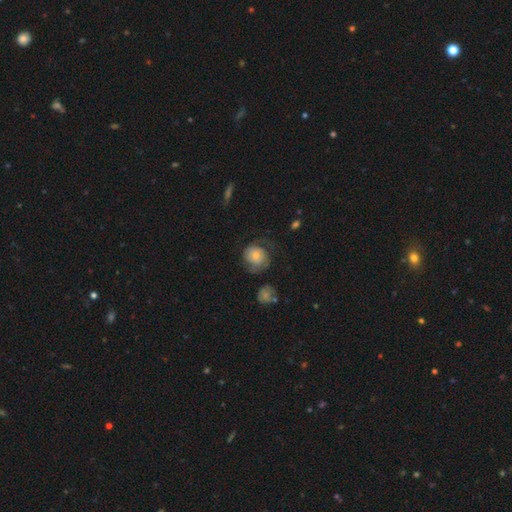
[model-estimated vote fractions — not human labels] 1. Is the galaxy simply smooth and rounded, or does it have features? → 47% featured or disk, 45% smooth, 8% star or artifact.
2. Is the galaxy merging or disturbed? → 52% none, 23% minor disturbance, 22% major disturbance, 4% merger.